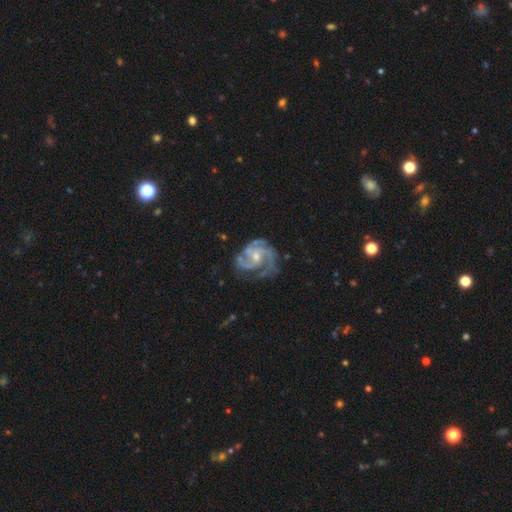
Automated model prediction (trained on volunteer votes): This is clearly a featured or disk galaxy (91%). It is clearly not viewed edge-on (98%). Bar: likely no (62%). Spiral arm pattern: clearly yes (98%). Spiral arm count: possibly 3 (50%). Spiral winding: possibly medium (49%). Central bulge: possibly small (55%). Merging: likely none (65%).